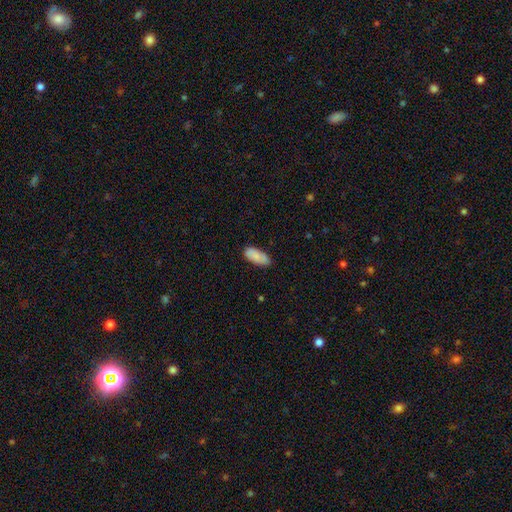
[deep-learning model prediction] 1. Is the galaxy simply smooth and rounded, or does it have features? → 84% smooth, 10% featured or disk, 6% star or artifact.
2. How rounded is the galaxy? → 88% in between, 10% cigar-shaped, 2% round.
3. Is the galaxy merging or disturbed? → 78% none, 18% minor disturbance, 3% major disturbance, 1% merger.